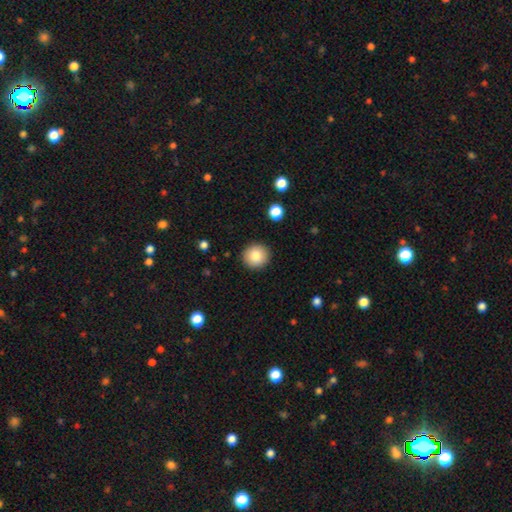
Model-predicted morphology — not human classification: A smooth galaxy with no disk features (83%) that is round (92%). Merging: none (91%).